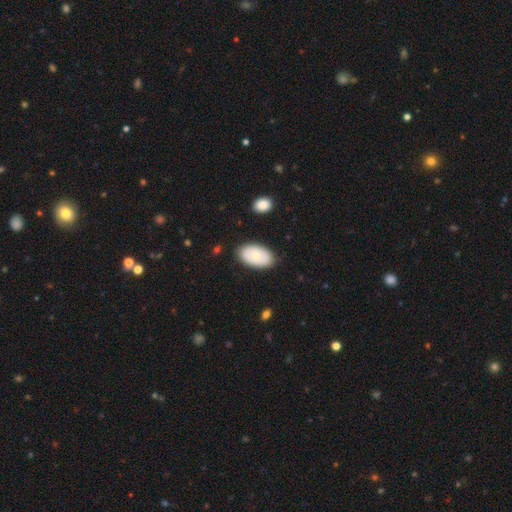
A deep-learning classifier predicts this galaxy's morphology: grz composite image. It shows a smooth galaxy with no disk features (62%) that is in between round and cigar-shaped (93%). Merging: none (84%).